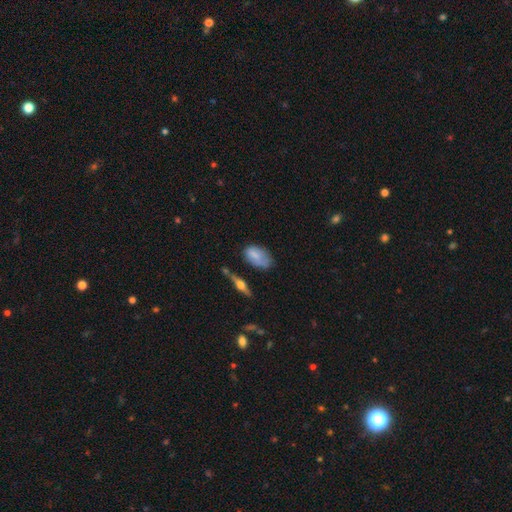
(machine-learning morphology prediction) smooth 74%, featured or disk 19%, star or artifact 8%. Down the decision tree: how rounded — in between (91%); merging — none (50%).